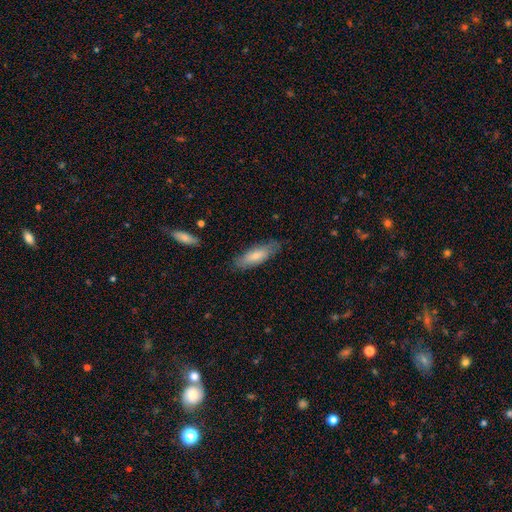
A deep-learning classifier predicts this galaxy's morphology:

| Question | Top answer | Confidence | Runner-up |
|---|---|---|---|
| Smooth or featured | smooth | 73% | featured or disk (21%) |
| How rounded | in between | 62% | cigar-shaped (36%) |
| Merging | none | 78% | minor disturbance (17%) |